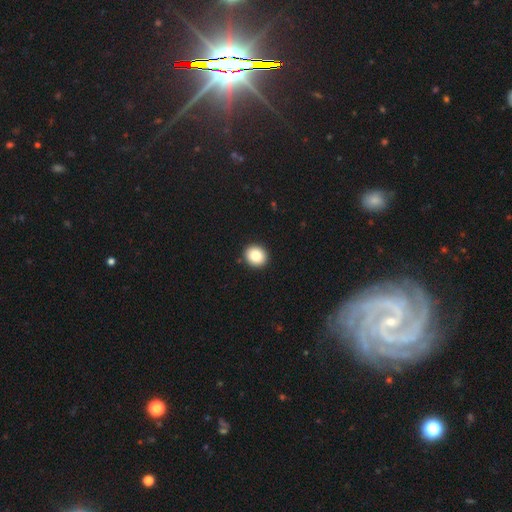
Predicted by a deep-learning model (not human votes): Smooth or featured? Predicted: smooth (p=0.84). How rounded? Predicted: round (p=0.79). Merging? Predicted: none (p=0.92).